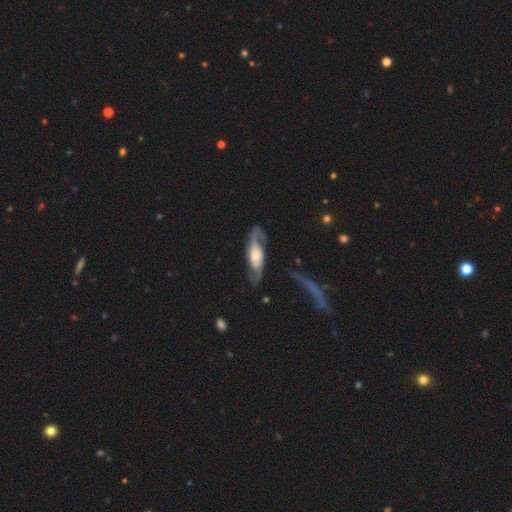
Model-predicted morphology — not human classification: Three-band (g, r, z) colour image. It shows a featured or disk galaxy (75%) with no bar (55%), 2 (84%) medium (43%) spiral arms (90%) and a moderate central bulge (49%). Merging: none (68%).